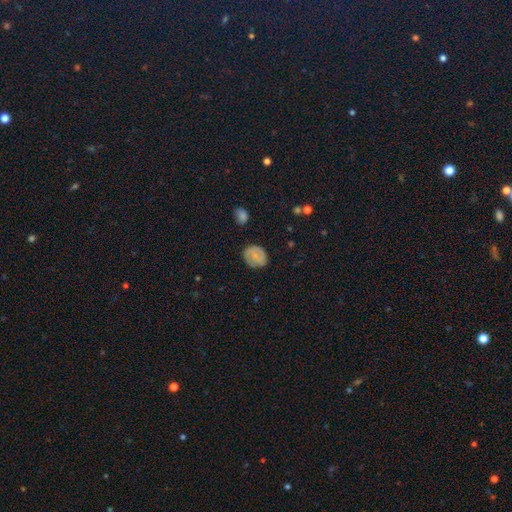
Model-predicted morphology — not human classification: Smooth or featured: smooth — 59% (featured or disk — 32%)
How rounded: round — 75% (in between — 24%)
Merging: none — 78% (minor disturbance — 16%)